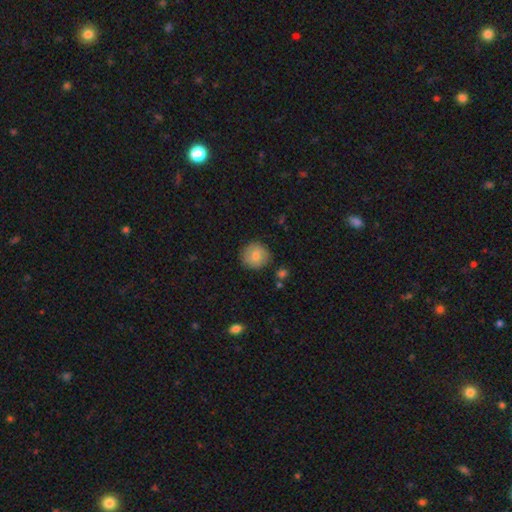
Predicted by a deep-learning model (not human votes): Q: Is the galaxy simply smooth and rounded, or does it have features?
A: smooth — 79%.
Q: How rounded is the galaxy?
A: round — 91%.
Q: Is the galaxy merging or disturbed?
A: none — 84%.